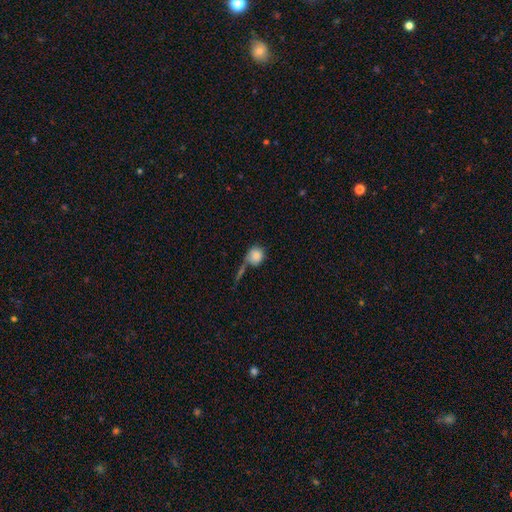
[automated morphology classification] Smooth or featured? Predicted: smooth (p=0.83). How rounded? Predicted: round (p=0.80). Merging? Predicted: none (p=0.43).